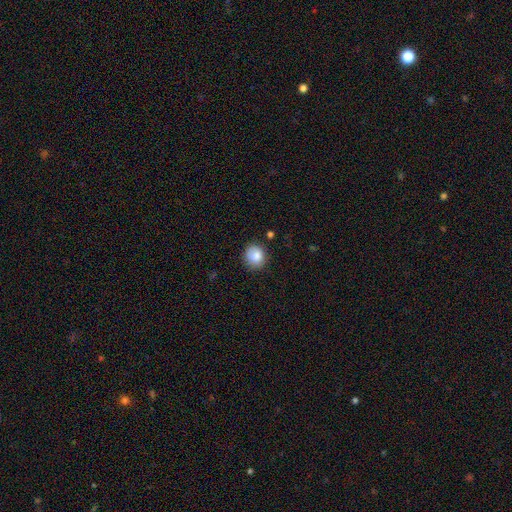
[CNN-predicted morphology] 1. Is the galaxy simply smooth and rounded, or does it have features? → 84% smooth, 8% star or artifact, 7% featured or disk.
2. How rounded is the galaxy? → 81% round, 18% in between, 1% cigar-shaped.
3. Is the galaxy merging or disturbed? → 77% none, 17% minor disturbance, 4% major disturbance, 2% merger.